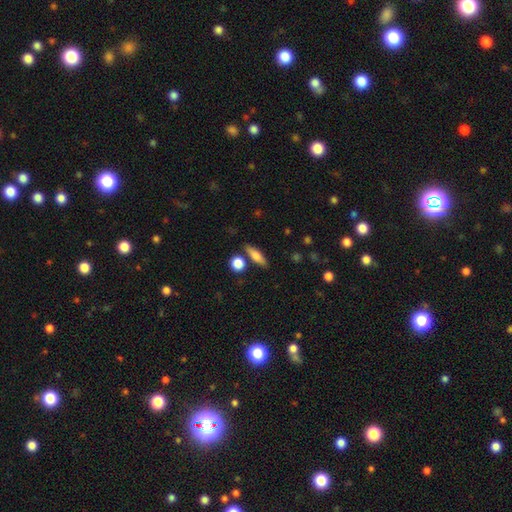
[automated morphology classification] This is likely a smooth galaxy (66%). How rounded: possibly cigar-shaped (56%). Merging: likely none (79%).